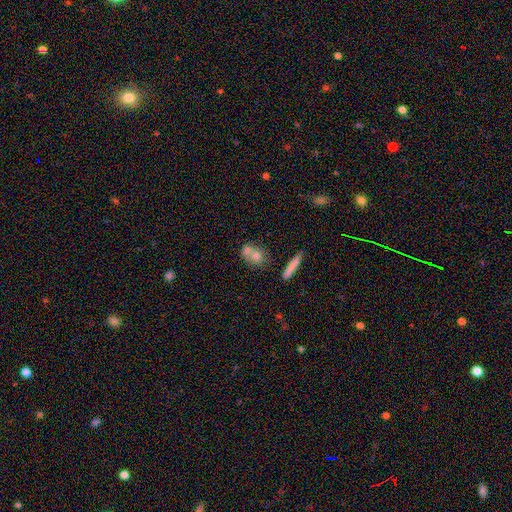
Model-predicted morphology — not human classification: Overall: smooth (68%). How rounded: in between (47%; round 46%). Merging: merger (42%; none 39%).